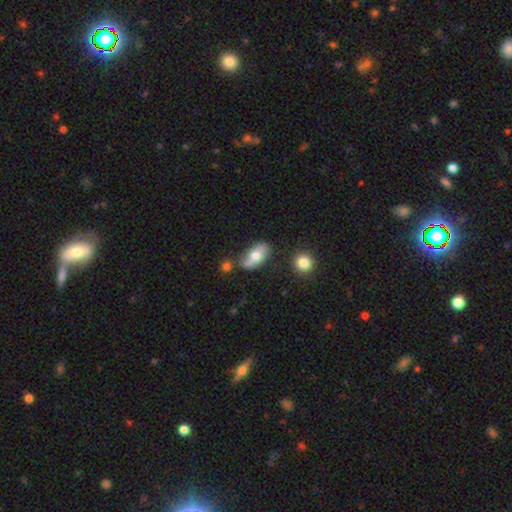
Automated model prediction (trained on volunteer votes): This appears to be a smooth galaxy with no disk features (60%) that is in between round and cigar-shaped (89%). Merging: none (57%).